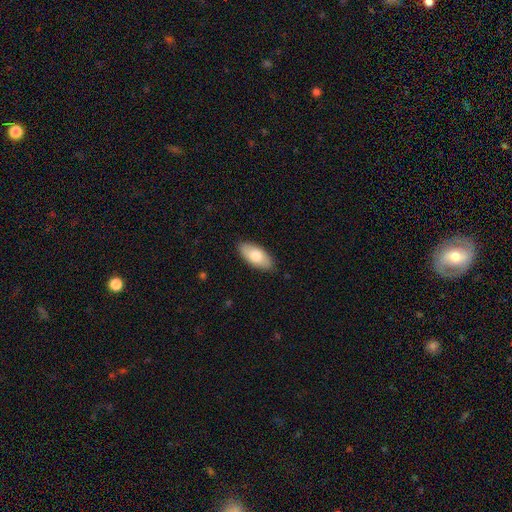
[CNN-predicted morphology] smooth-or-featured: smooth: 76% | featured or disk: 19% | star or artifact: 6%
  how-rounded: in between: 91% | cigar-shaped: 7% | round: 2%
  merging: none: 87% | minor disturbance: 10% | major disturbance: 2% | merger: 1%